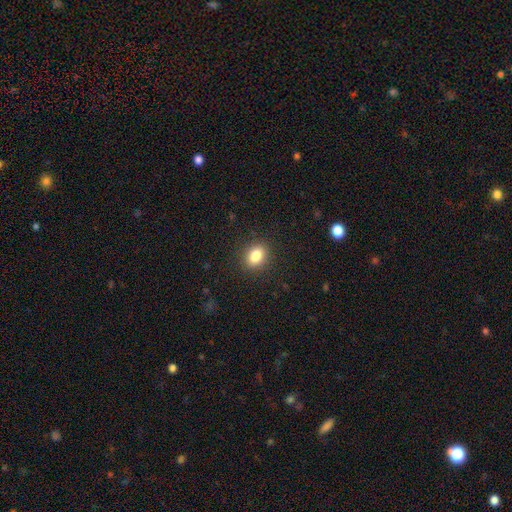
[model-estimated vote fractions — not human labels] Smooth or featured: smooth — 84% (star or artifact — 10%)
How rounded: in between — 61% (round — 38%)
Merging: none — 89% (minor disturbance — 8%)